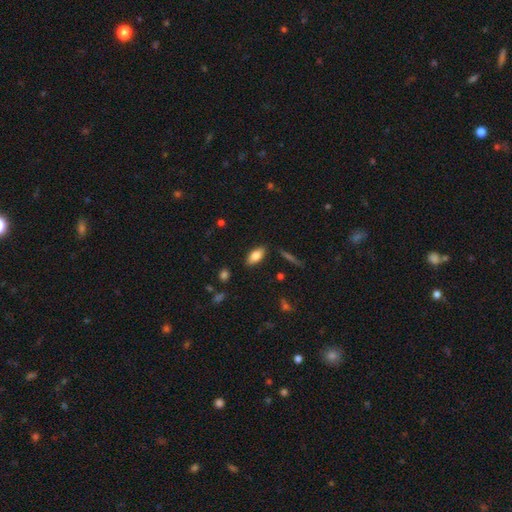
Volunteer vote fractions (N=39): smooth_or_featured: smooth (p=0.90) [alt: featured or disk p=0.08]
how_rounded: in between (p=0.94) [alt: cigar-shaped p=0.06]
merging: none (p=0.97) [alt: major disturbance p=0.03]